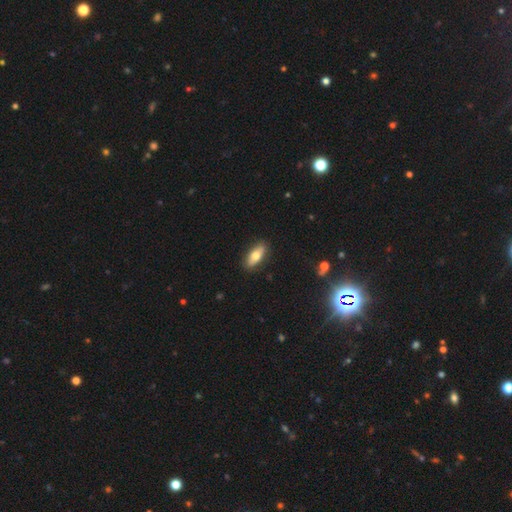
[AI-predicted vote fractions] Smooth or featured?
  - smooth: 71% *
  - featured or disk: 23%
  - star or artifact: 6%
How rounded?
  - in between: 76% *
  - cigar-shaped: 21%
  - round: 3%
Merging?
  - none: 88% *
  - minor disturbance: 9%
  - major disturbance: 2%
  - merger: 1%